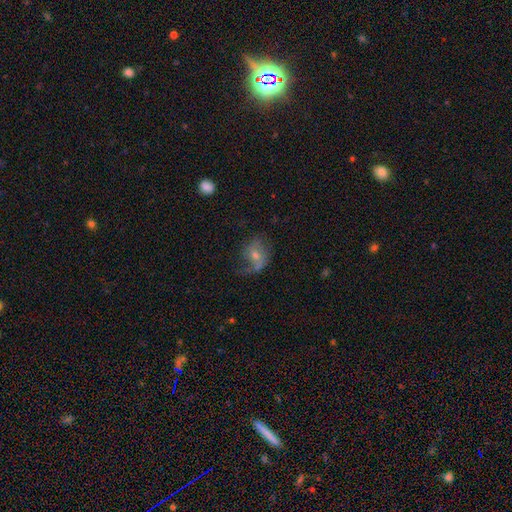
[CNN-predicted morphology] Q: Smooth or featured?
A: featured or disk (62%); runner-up: smooth (25%)
Q: Edge-on disk?
A: no (96%); runner-up: yes (4%)
Q: Bar?
A: no (64%); runner-up: weak (29%)
Q: Spiral arms?
A: yes (82%); runner-up: no (18%)
Q: Bulge size?
A: small (50%); runner-up: moderate (44%)
Q: Merging?
A: none (48%); runner-up: major disturbance (26%)